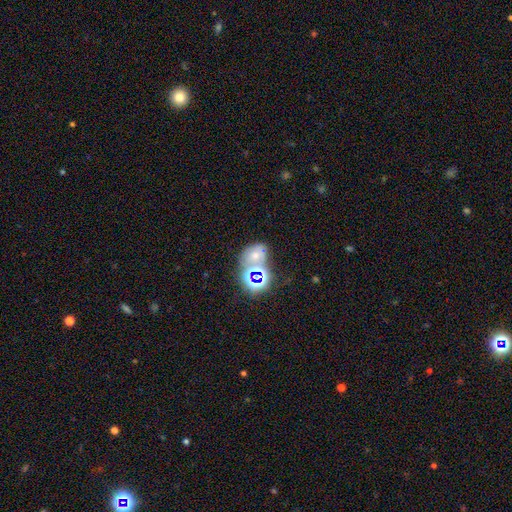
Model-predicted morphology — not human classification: A smooth galaxy with no disk features (44%). Merging: none (44%).